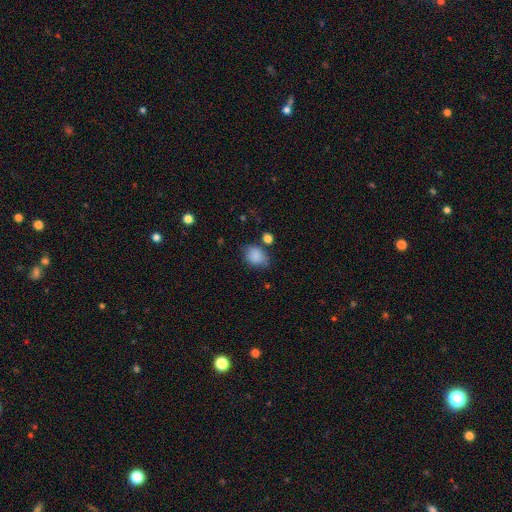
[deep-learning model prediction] This is clearly a smooth galaxy (85%). How rounded: possibly in between (50%). Merging: likely none (66%).